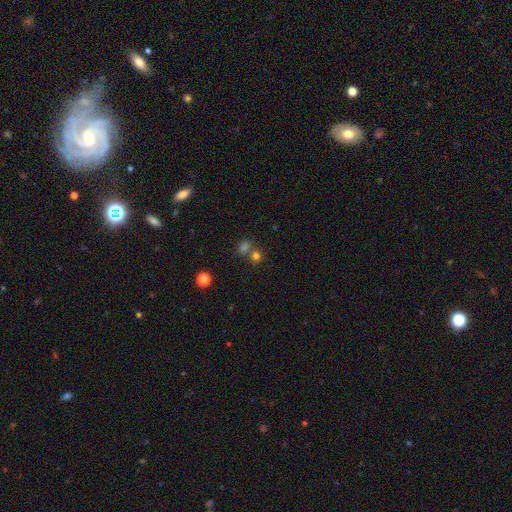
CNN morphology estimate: smooth-or-featured: smooth: 71% | star or artifact: 22% | featured or disk: 7%
  how-rounded: round: 80% | in between: 19% | cigar-shaped: 1%
  merging: none: 56% | merger: 33% | minor disturbance: 8% | major disturbance: 4%